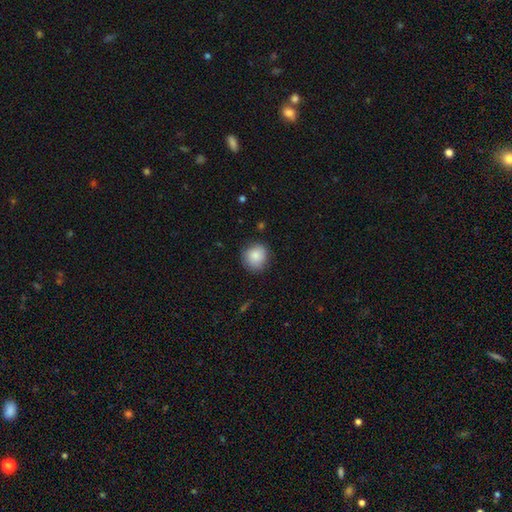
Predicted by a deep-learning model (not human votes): smooth_or_featured: smooth (p=0.86) [alt: star or artifact p=0.08]
how_rounded: round (p=0.86) [alt: in between p=0.13]
merging: none (p=0.82) [alt: minor disturbance p=0.14]